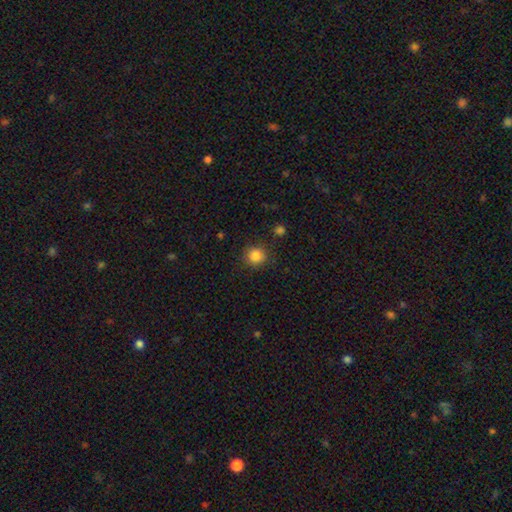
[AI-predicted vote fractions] Q: Smooth or featured?
A: smooth (85%); runner-up: star or artifact (11%)
Q: How rounded?
A: round (91%); runner-up: in between (8%)
Q: Merging?
A: none (87%); runner-up: minor disturbance (8%)